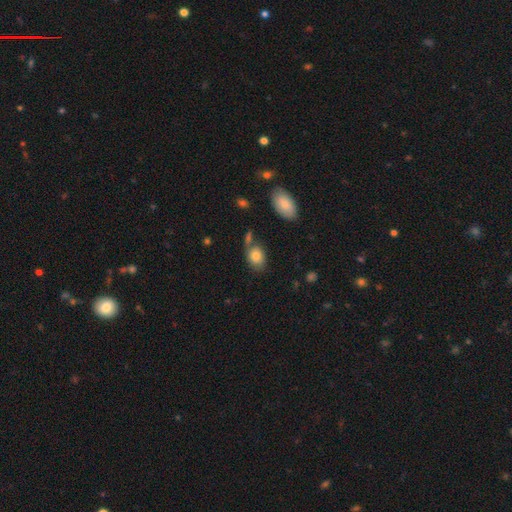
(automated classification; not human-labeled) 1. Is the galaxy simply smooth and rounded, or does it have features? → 82% smooth, 10% featured or disk, 8% star or artifact.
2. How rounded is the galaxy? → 71% in between, 27% round, 2% cigar-shaped.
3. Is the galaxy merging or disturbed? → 60% none, 17% merger, 17% minor disturbance, 6% major disturbance.